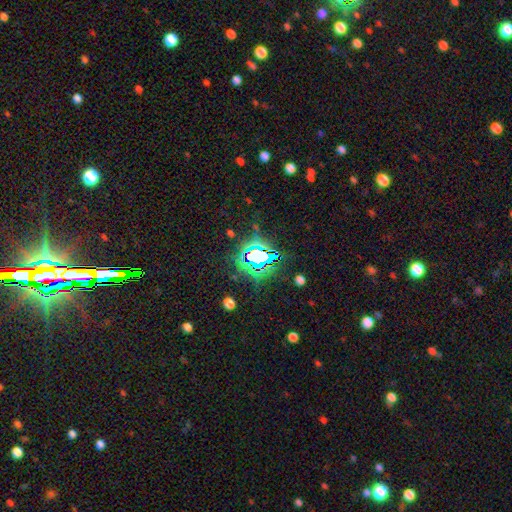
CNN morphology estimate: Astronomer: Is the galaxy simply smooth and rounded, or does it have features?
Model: star or artifact — 75%.